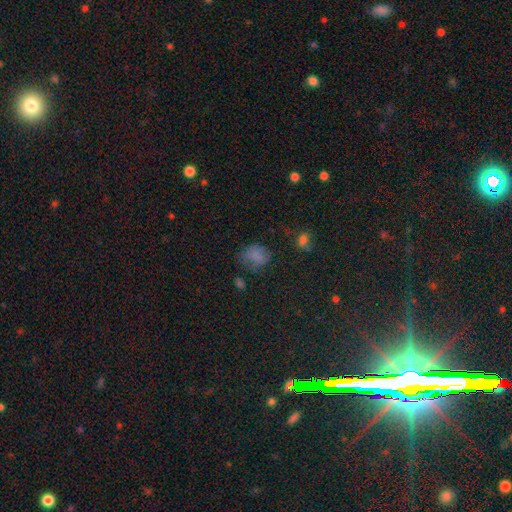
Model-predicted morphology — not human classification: Smooth or featured? Predicted: smooth (p=0.72). How rounded? Predicted: in between (p=0.58). Merging? Predicted: none (p=0.54).